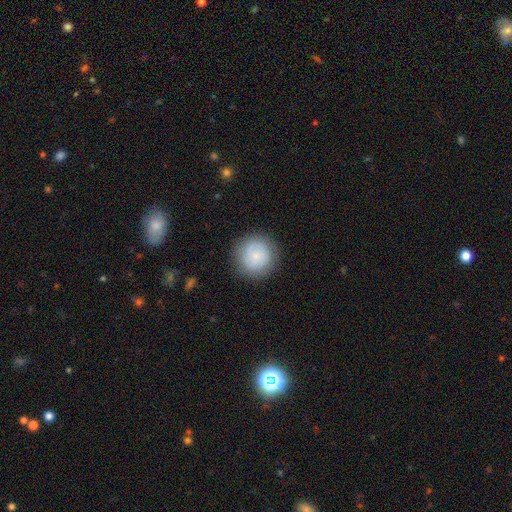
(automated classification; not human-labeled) smooth 72%, featured or disk 21%, star or artifact 7%. Down the decision tree: how rounded — round (94%); merging — none (86%).